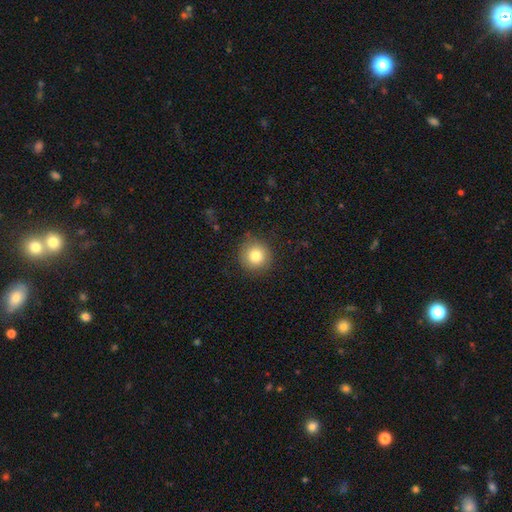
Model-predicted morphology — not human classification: smooth_or_featured: smooth (p=0.81) [alt: star or artifact p=0.10]
how_rounded: round (p=0.93) [alt: in between p=0.06]
merging: none (p=0.86) [alt: minor disturbance p=0.10]